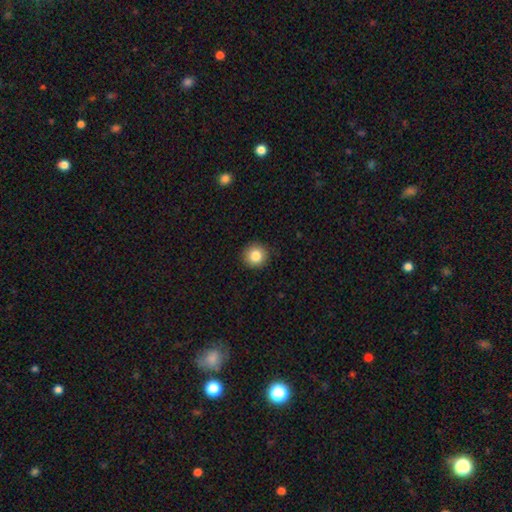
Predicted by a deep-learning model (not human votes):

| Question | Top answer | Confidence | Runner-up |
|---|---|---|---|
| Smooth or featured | smooth | 84% | star or artifact (10%) |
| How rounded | round | 93% | in between (6%) |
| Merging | none | 92% | minor disturbance (6%) |